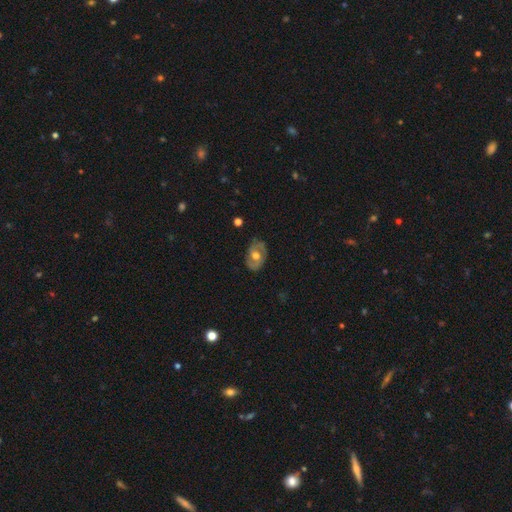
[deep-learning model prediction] featured or disk 61%, smooth 33%, star or artifact 7%. Down the decision tree: edge-on disk — no (93%); bar — no (63%); spiral arms — yes (58%); bulge size — moderate (70%); merging — none (77%).